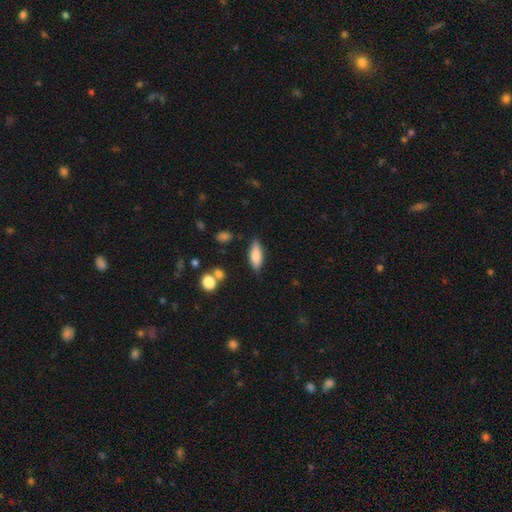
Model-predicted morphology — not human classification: The model was most divided on "how rounded": in between: 71%, cigar-shaped: 27%, round: 2%. More confident: merging — none (81%); smooth or featured — smooth (80%).